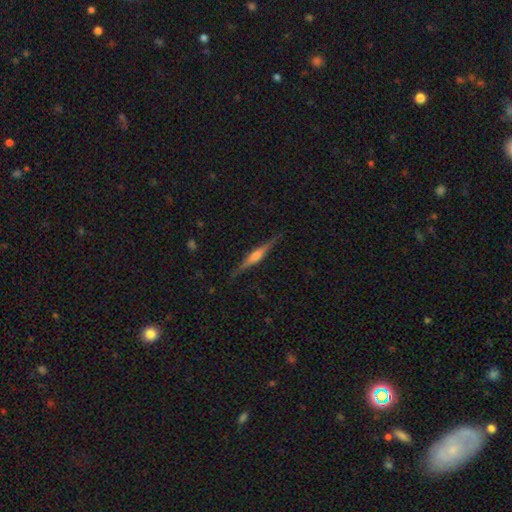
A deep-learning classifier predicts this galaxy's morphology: Q: Smooth or featured?
A: featured or disk (77%); runner-up: smooth (17%)
Q: Edge-on disk?
A: yes (98%); runner-up: no (2%)
Q: Edge-on bulge?
A: rounded (76%); runner-up: boxy (18%)
Q: Merging?
A: none (88%); runner-up: minor disturbance (9%)